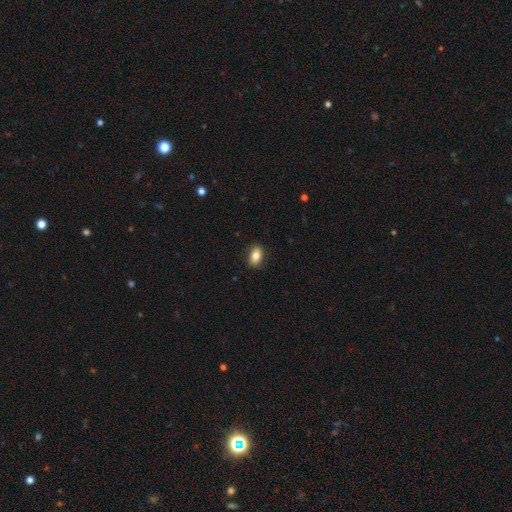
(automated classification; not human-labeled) Smooth or featured? Predicted: smooth (p=0.81). How rounded? Predicted: in between (p=0.88). Merging? Predicted: none (p=0.88).